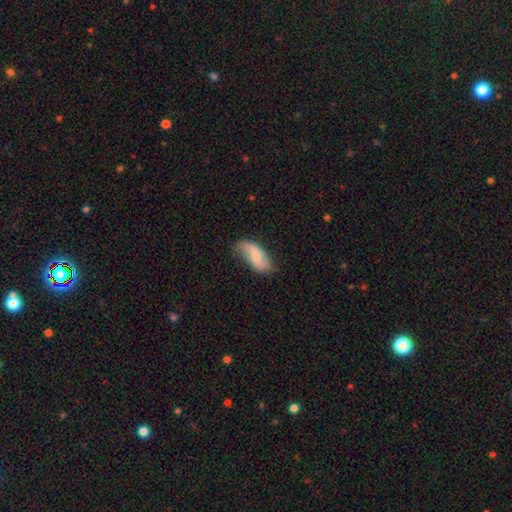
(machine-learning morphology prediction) This appears to be a smooth galaxy with no disk features (50%) that is in between round and cigar-shaped (85%). Merging: none (68%).